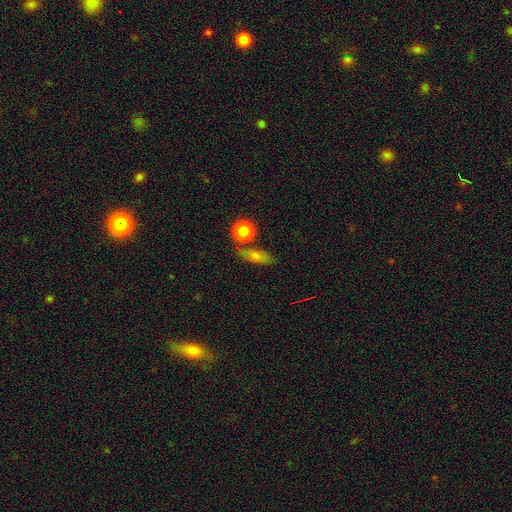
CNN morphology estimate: type=smooth (65%); roundness=in between (42%); merging=none (66%).